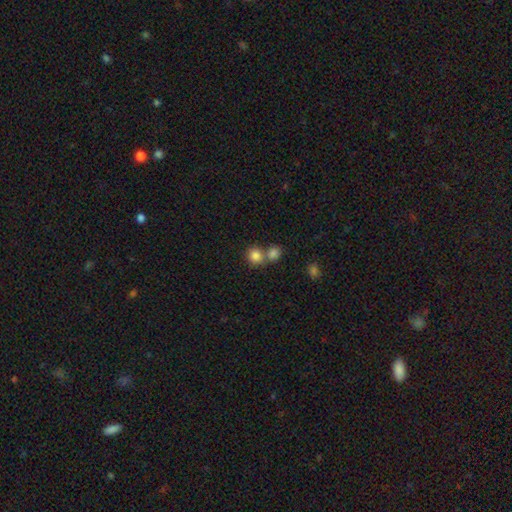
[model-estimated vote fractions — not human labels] Smooth or featured: smooth — 83% (star or artifact — 10%)
How rounded: round — 84% (in between — 15%)
Merging: none — 47% (merger — 43%)